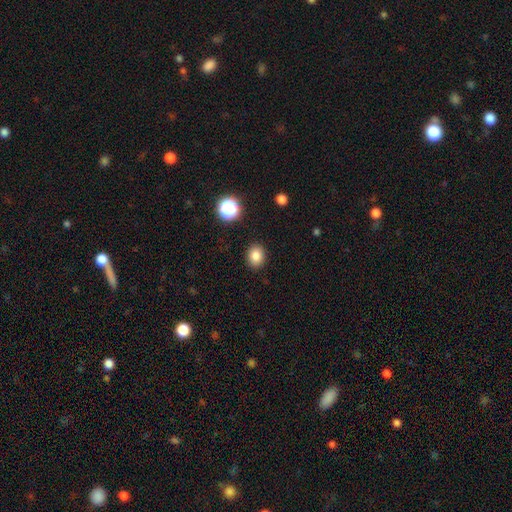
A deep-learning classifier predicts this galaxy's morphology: This is clearly a smooth galaxy (84%). How rounded: possibly round (51%). Merging: clearly none (89%).